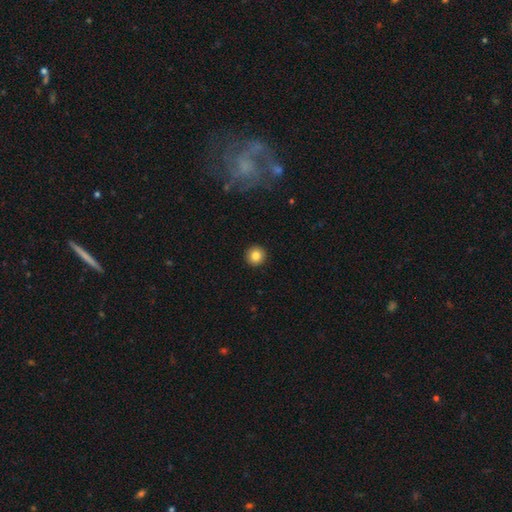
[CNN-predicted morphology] type=smooth (84%); roundness=round (95%); merging=none (93%).